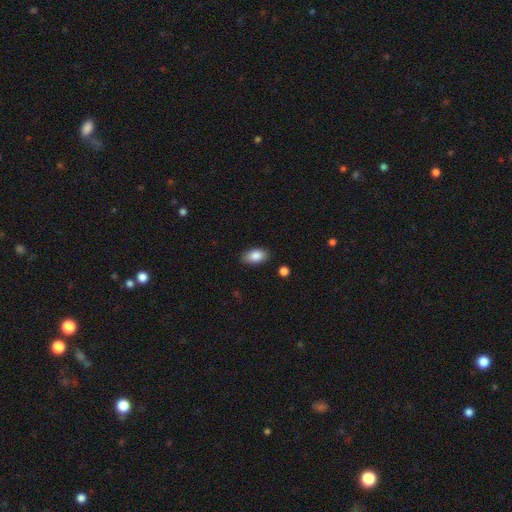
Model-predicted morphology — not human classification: This is clearly a smooth galaxy (85%). How rounded: clearly in between (92%). Merging: clearly none (85%).